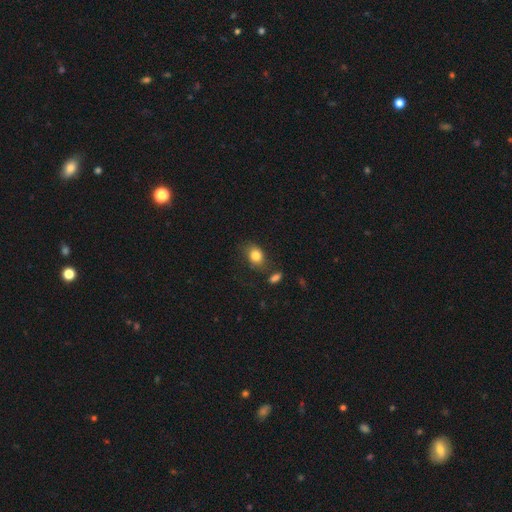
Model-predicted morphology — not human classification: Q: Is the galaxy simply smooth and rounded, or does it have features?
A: smooth — 82%.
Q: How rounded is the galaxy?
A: in between — 66%.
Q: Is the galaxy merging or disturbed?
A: none — 72%.